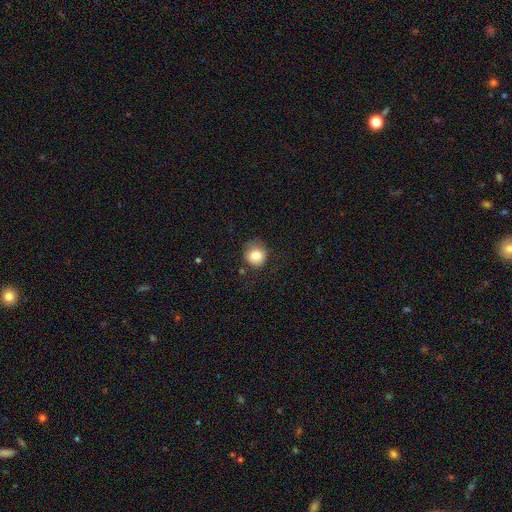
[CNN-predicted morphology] Smooth or featured? Predicted: smooth (p=0.82). How rounded? Predicted: round (p=0.87). Merging? Predicted: none (p=0.69).